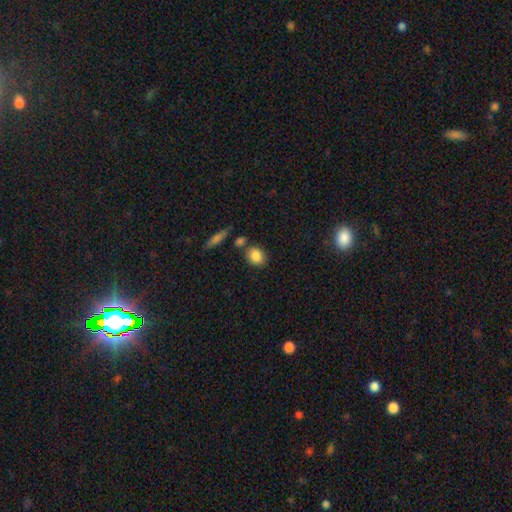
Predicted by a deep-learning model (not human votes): Overall: smooth (85%). How rounded: round (49%; in between 48%). Merging: none (75%).